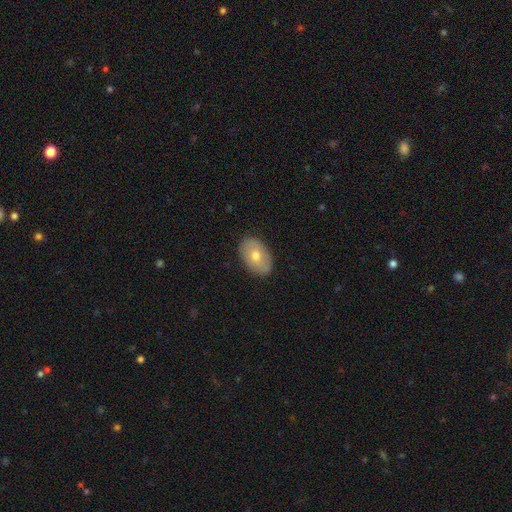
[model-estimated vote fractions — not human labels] smooth-or-featured: smooth: 63% | featured or disk: 31% | star or artifact: 6%
  how-rounded: in between: 88% | round: 11% | cigar-shaped: 1%
  merging: none: 86% | minor disturbance: 11% | major disturbance: 2% | merger: 1%